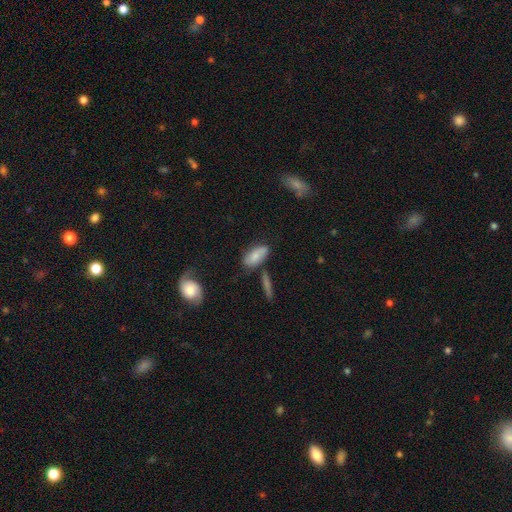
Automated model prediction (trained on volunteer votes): This is likely a smooth galaxy (70%). How rounded: clearly in between (88%). Merging: likely none (64%).